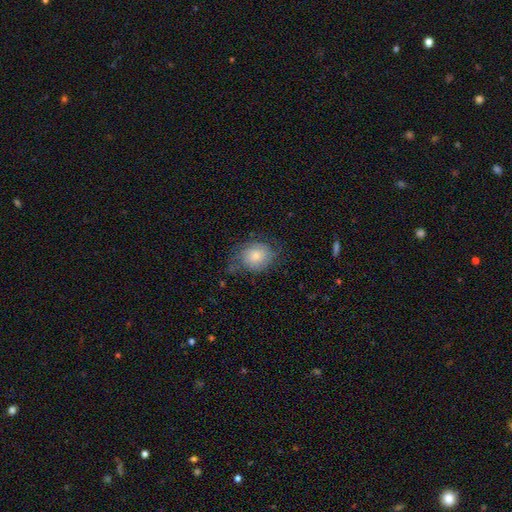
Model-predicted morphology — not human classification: smooth 67%, featured or disk 25%, star or artifact 8%. Down the decision tree: how rounded — round (62%); merging — none (51%).